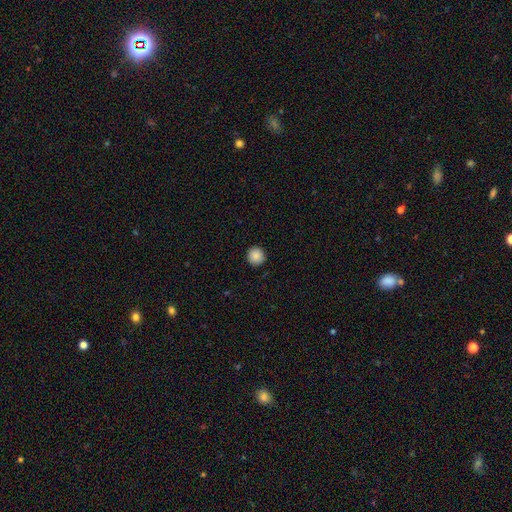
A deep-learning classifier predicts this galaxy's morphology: This is clearly a smooth galaxy (88%). How rounded: clearly round (95%). Merging: clearly none (92%).